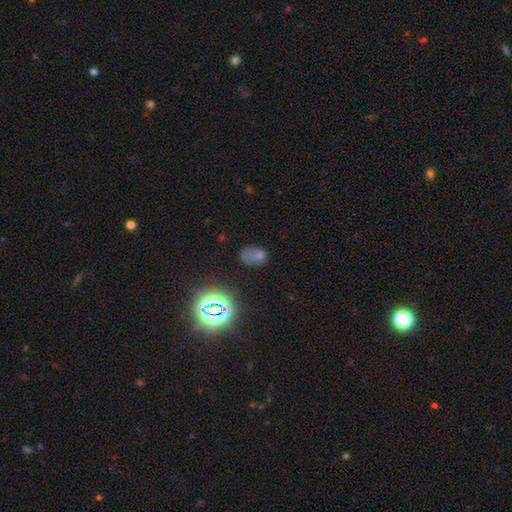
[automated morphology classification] smooth_or_featured: smooth (p=0.58) [alt: star or artifact p=0.28]
how_rounded: in between (p=0.76) [alt: round p=0.23]
merging: none (p=0.45) [alt: minor disturbance p=0.23]